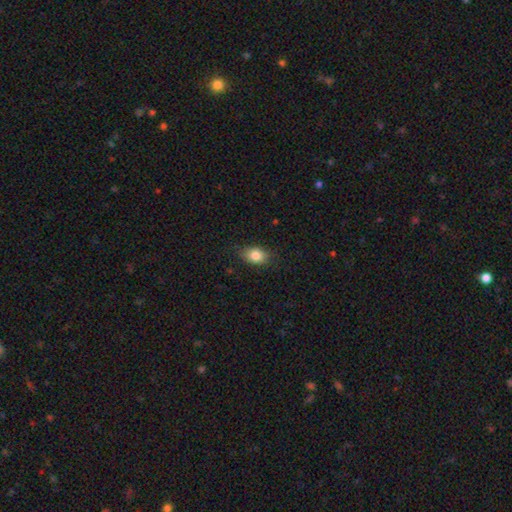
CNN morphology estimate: Q: Smooth or featured?
A: smooth (83%); runner-up: star or artifact (9%)
Q: How rounded?
A: in between (75%); runner-up: round (23%)
Q: Merging?
A: none (78%); runner-up: minor disturbance (17%)